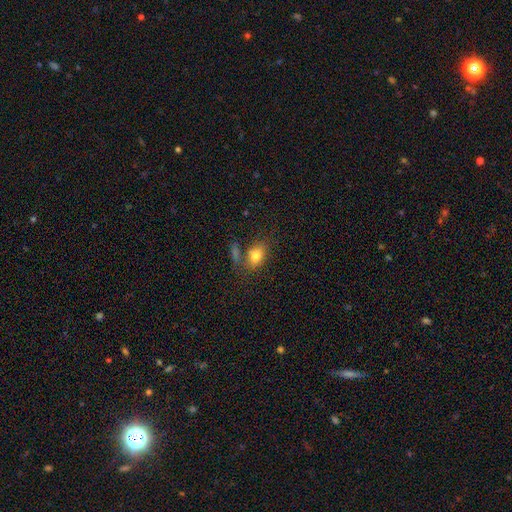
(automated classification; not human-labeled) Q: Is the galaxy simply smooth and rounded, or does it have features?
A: smooth — 79%.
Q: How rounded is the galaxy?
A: in between — 78%.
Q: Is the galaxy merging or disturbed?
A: none — 57%.